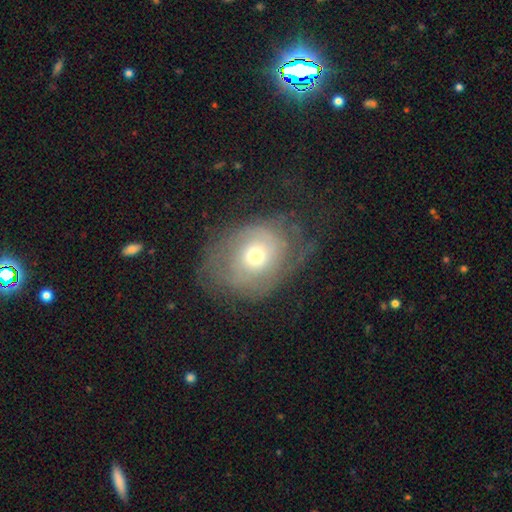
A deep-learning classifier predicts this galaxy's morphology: Overall: featured or disk (51%; smooth 39%). Edge-on disk: no (94%). Merging: none (50%; minor disturbance 26%).